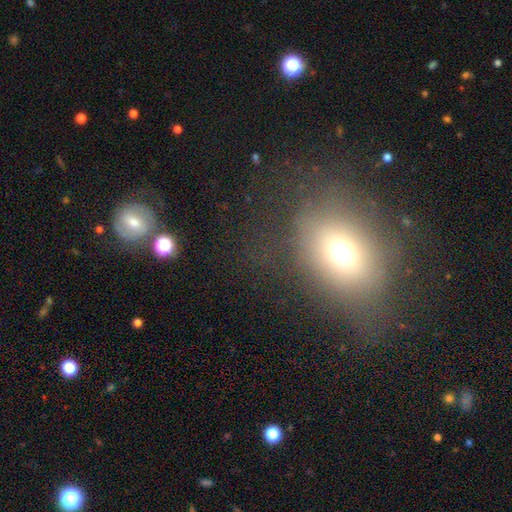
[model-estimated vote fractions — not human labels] Smooth or featured: smooth — 57% (star or artifact — 24%)
How rounded: round — 50% (in between — 47%)
Merging: none — 61% (minor disturbance — 18%)